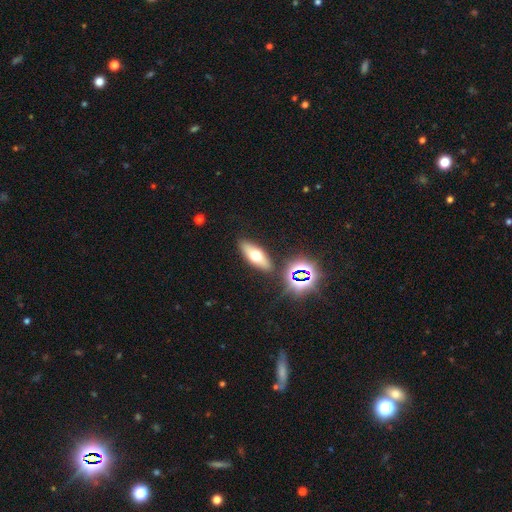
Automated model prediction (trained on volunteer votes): Overall: smooth (54%; featured or disk 32%). How rounded: in between (64%; cigar-shaped 30%). Merging: none (85%).